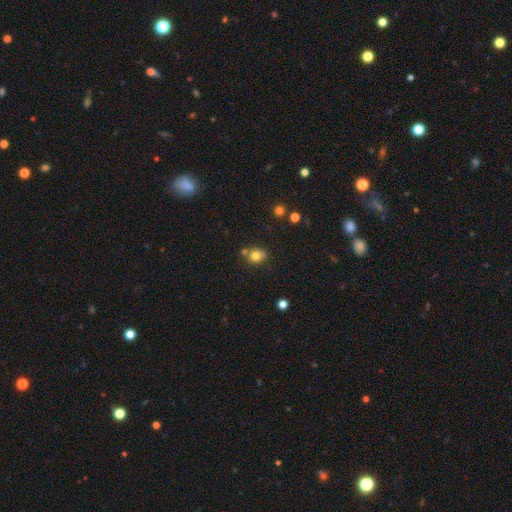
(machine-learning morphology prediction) Smooth or featured? smooth (80%)
How rounded? round (65%)
Merging? none (65%)